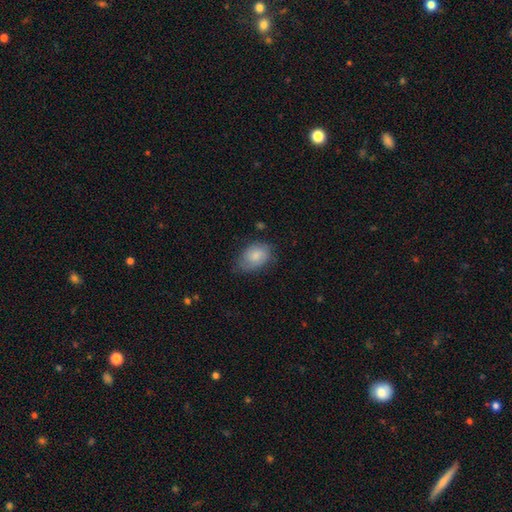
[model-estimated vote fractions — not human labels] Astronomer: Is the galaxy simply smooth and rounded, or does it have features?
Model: smooth — 71%.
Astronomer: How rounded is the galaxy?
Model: in between — 83%.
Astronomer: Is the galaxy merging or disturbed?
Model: none — 63%.